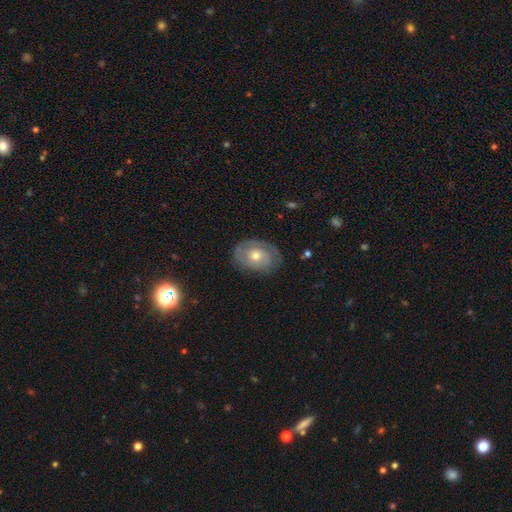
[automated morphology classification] Q: Smooth or featured?
A: featured or disk (58%); runner-up: smooth (34%)
Q: Edge-on disk?
A: no (95%); runner-up: yes (5%)
Q: Bar?
A: no (82%); runner-up: weak (15%)
Q: Spiral arms?
A: yes (69%); runner-up: no (31%)
Q: Bulge size?
A: moderate (66%); runner-up: small (28%)
Q: Merging?
A: none (76%); runner-up: minor disturbance (18%)